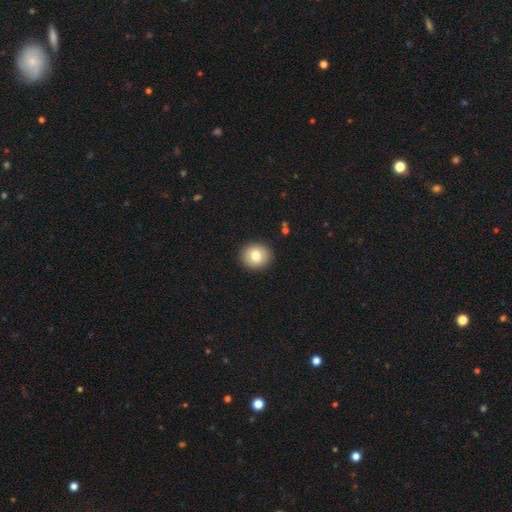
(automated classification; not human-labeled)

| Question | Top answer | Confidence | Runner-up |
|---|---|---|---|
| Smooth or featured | smooth | 80% | featured or disk (11%) |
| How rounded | round | 83% | in between (16%) |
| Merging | none | 91% | minor disturbance (6%) |